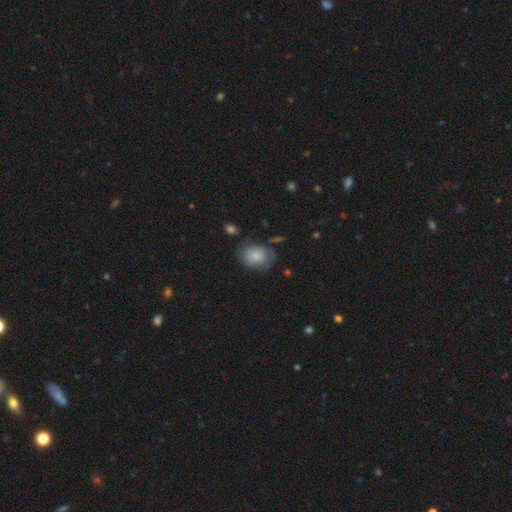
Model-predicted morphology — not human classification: smooth-or-featured: smooth: 78% | featured or disk: 15% | star or artifact: 7%
  how-rounded: in between: 56% | round: 43% | cigar-shaped: 1%
  merging: none: 63% | minor disturbance: 24% | major disturbance: 9% | merger: 4%